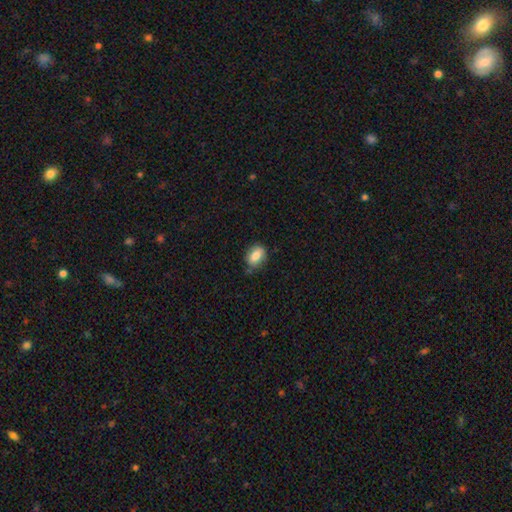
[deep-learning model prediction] Smooth or featured? smooth (82%)
How rounded? in between (78%)
Merging? none (71%)